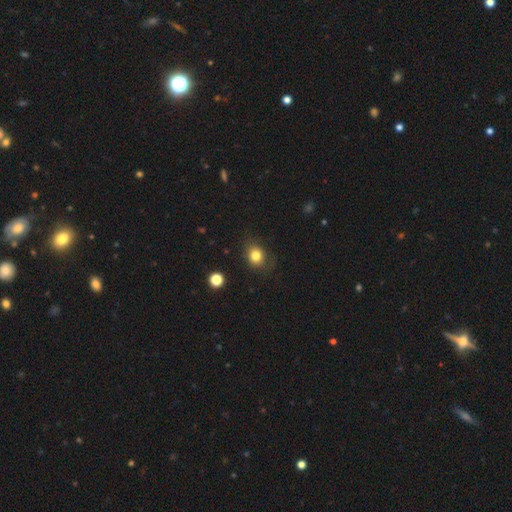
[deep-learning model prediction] Smooth or featured?
  - smooth: 80% *
  - star or artifact: 12%
  - featured or disk: 8%
How rounded?
  - round: 60% *
  - in between: 39%
  - cigar-shaped: 1%
Merging?
  - none: 77% *
  - minor disturbance: 17%
  - major disturbance: 5%
  - merger: 1%